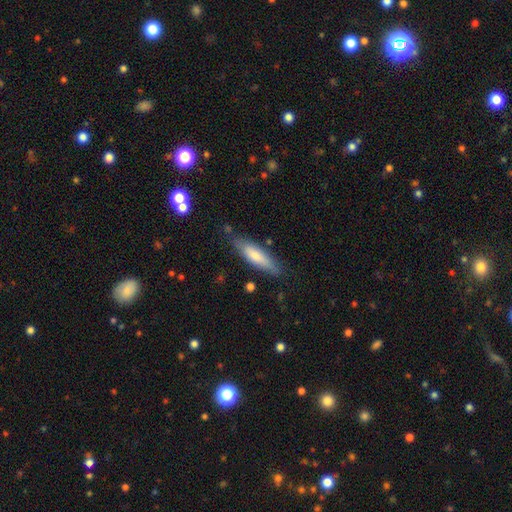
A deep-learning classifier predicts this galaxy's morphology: This is likely a smooth galaxy (73%). How rounded: likely cigar-shaped (65%). Merging: likely none (77%).